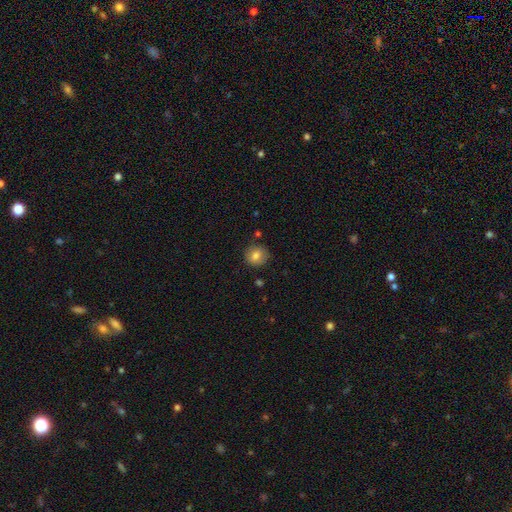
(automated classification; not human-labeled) smooth_or_featured: smooth (p=0.80) [alt: featured or disk p=0.11]
how_rounded: round (p=0.89) [alt: in between p=0.10]
merging: none (p=0.85) [alt: minor disturbance p=0.10]